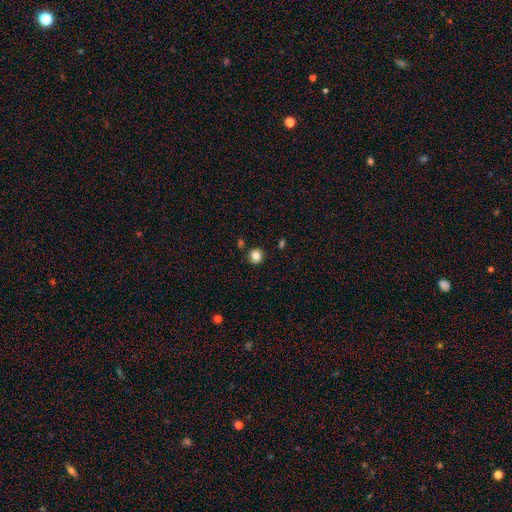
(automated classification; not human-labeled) The model was most divided on "smooth or featured": smooth: 84%, star or artifact: 11%, featured or disk: 5%. More confident: how rounded — round (92%); merging — none (86%).